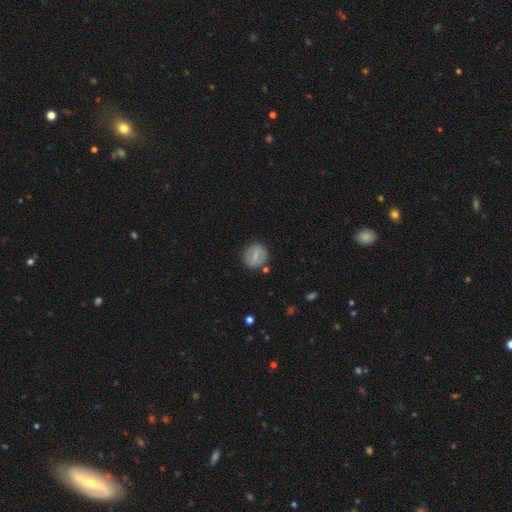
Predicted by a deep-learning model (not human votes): Smooth or featured?
  - smooth: 56% *
  - featured or disk: 36%
  - star or artifact: 8%
How rounded?
  - round: 80% *
  - in between: 19%
  - cigar-shaped: 2%
Merging?
  - none: 80% *
  - minor disturbance: 12%
  - merger: 4%
  - major disturbance: 4%